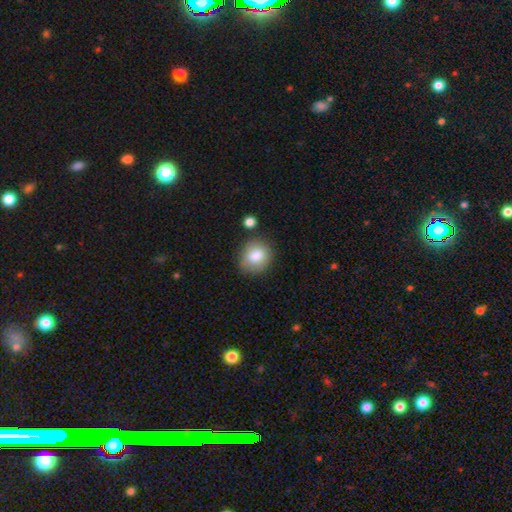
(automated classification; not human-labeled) Q: Smooth or featured?
A: smooth (83%); runner-up: featured or disk (9%)
Q: How rounded?
A: round (68%); runner-up: in between (31%)
Q: Merging?
A: none (73%); runner-up: minor disturbance (17%)